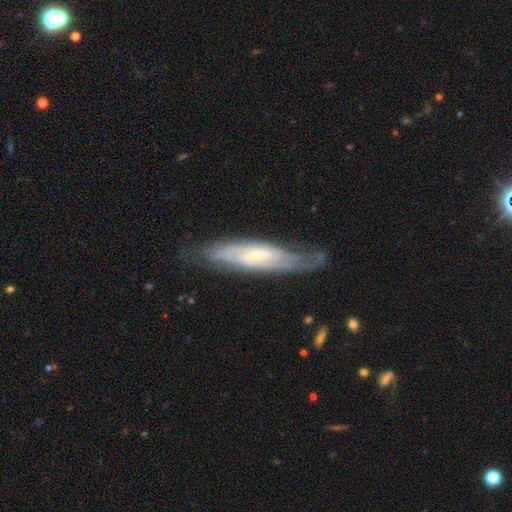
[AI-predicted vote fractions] featured or disk 81%, smooth 13%, star or artifact 6%. Down the decision tree: edge-on disk — no (71%); bar — weak (44%); spiral arms — yes (93%); spiral arm count — can't tell (39%, tied with 2); spiral winding — tight (51%); bulge size — small (64%); merging — none (69%).